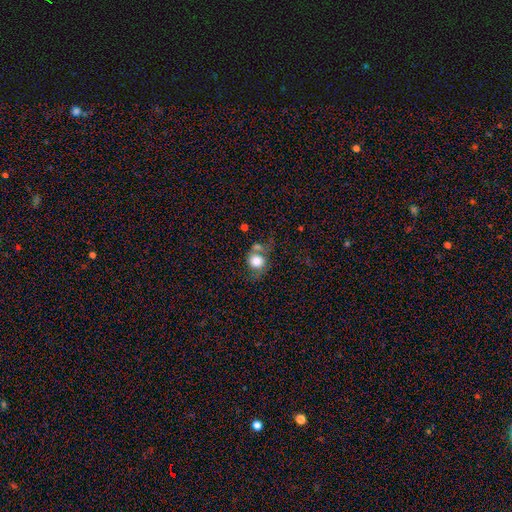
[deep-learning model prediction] This appears to be a smooth galaxy with no disk features (70%) that is round (74%). Merging: none (40%).